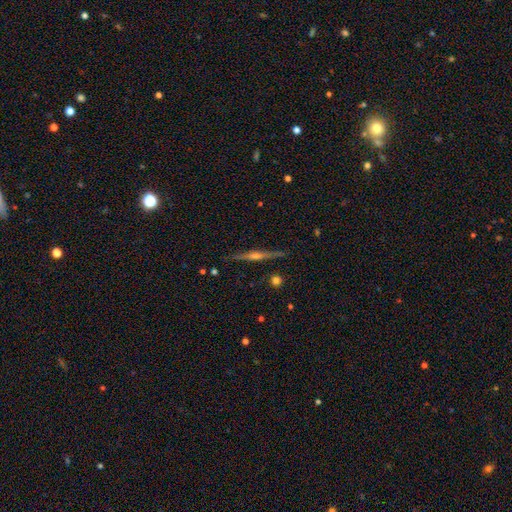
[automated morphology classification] A featured or disk galaxy (80%) viewed edge-on (98%) with a rounded central bulge (84%).

Vote fractions:
- Smooth or featured? featured or disk: 80% / smooth: 14% / star or artifact: 7%
- Edge-on disk? yes: 98% / no: 2%
- Edge-on bulge? rounded: 84% / none: 9% / boxy: 7%
- Merging? none: 90% / minor disturbance: 7% / major disturbance: 2% / merger: 1%